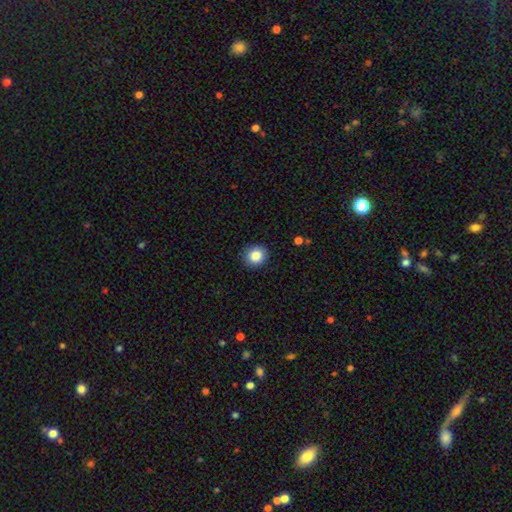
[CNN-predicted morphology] smooth 85%, star or artifact 9%, featured or disk 5%. Down the decision tree: how rounded — round (88%); merging — none (91%).